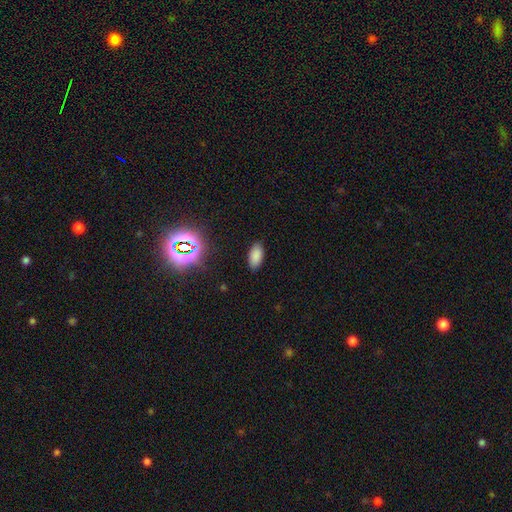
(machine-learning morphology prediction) smooth 82%, star or artifact 14%, featured or disk 5%. Down the decision tree: how rounded — in between (93%); merging — none (87%).